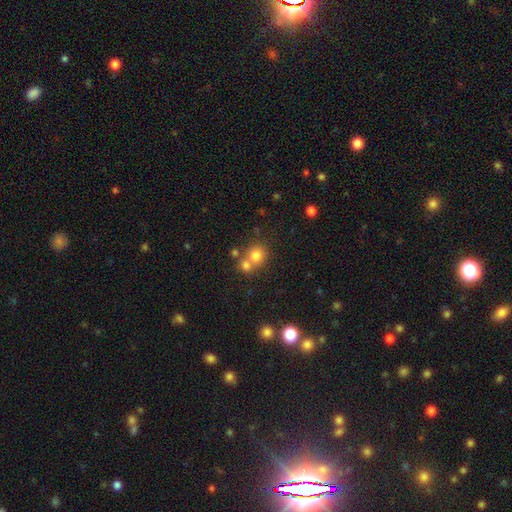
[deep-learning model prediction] A smooth galaxy with no disk features (76%) that is round (85%).

Vote fractions:
- Smooth or featured? smooth: 76% / star or artifact: 14% / featured or disk: 10%
- How rounded? round: 85% / in between: 14% / cigar-shaped: 1%
- Merging? none: 47% / merger: 43% / minor disturbance: 7% / major disturbance: 3%